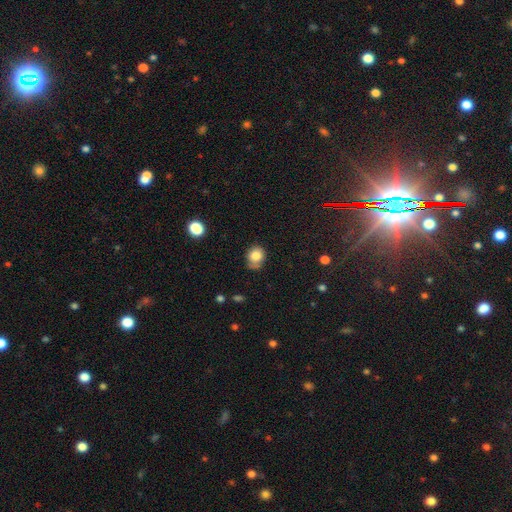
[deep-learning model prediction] Smooth or featured? Predicted: smooth (p=0.81). How rounded? Predicted: round (p=0.66). Merging? Predicted: none (p=0.61).